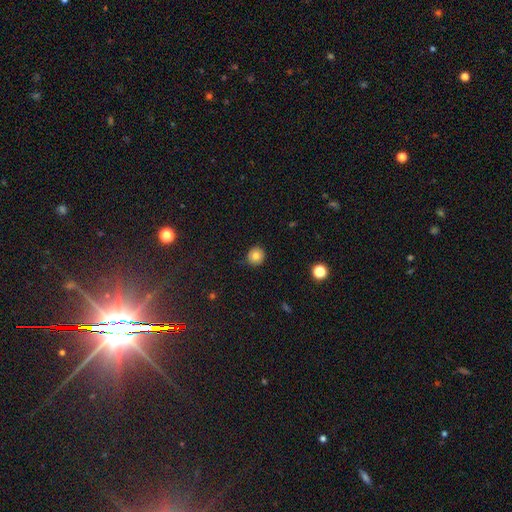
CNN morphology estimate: Smooth or featured: smooth — 79% (star or artifact — 11%)
How rounded: round — 92% (in between — 7%)
Merging: none — 84% (minor disturbance — 12%)